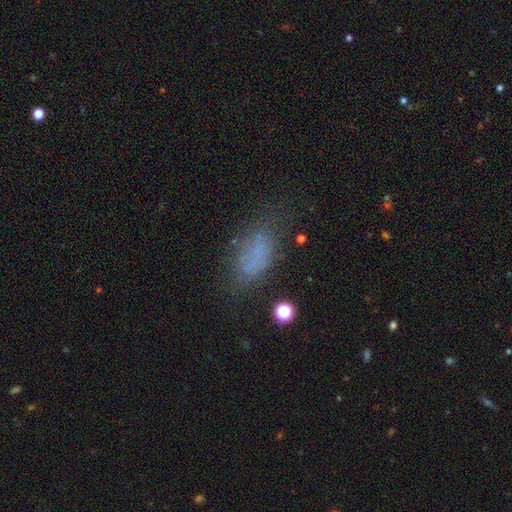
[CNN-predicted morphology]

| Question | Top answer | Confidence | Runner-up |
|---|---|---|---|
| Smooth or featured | smooth | 64% | featured or disk (18%) |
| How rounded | in between | 87% | cigar-shaped (7%) |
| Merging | none | 58% | minor disturbance (22%) |